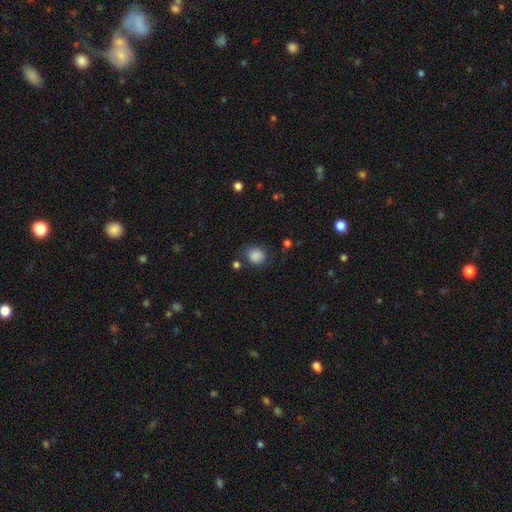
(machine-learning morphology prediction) This is clearly a smooth galaxy (86%). How rounded: likely round (79%). Merging: likely none (75%).